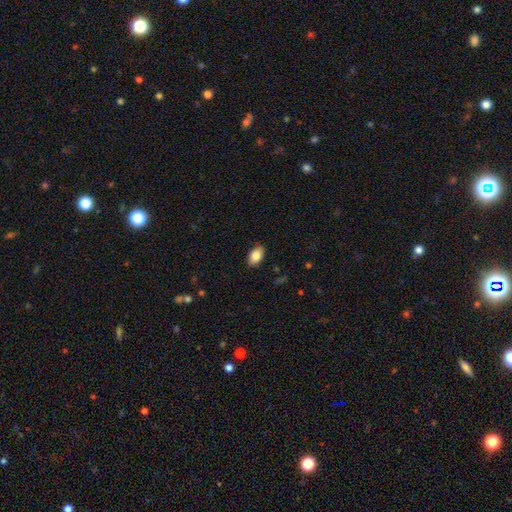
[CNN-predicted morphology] Q: Smooth or featured?
A: smooth (84%); runner-up: featured or disk (8%)
Q: How rounded?
A: in between (91%); runner-up: round (6%)
Q: Merging?
A: none (88%); runner-up: minor disturbance (9%)